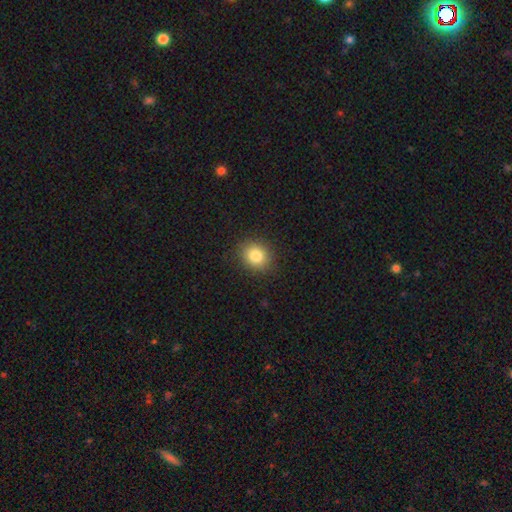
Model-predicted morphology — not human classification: Q: Smooth or featured?
A: smooth (84%); runner-up: star or artifact (10%)
Q: How rounded?
A: round (66%); runner-up: in between (33%)
Q: Merging?
A: none (89%); runner-up: minor disturbance (8%)